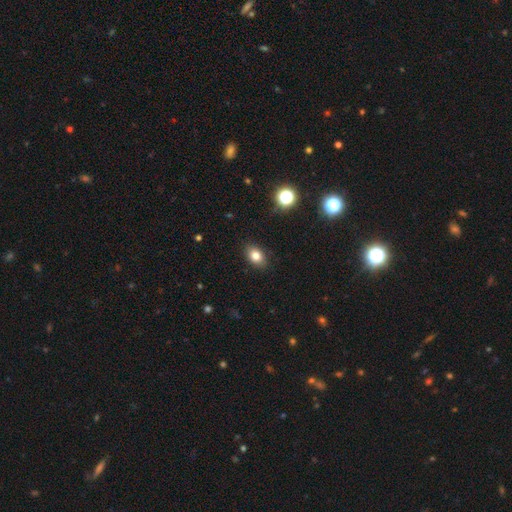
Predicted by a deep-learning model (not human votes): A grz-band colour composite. It shows a smooth galaxy with no disk features (81%) that is in between round and cigar-shaped (80%). Merging: none (88%).